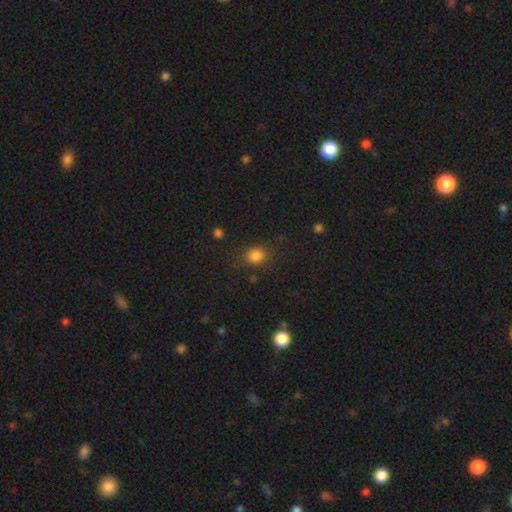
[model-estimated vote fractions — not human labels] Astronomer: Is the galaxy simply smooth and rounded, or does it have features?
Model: smooth — 82%.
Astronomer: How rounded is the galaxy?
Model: round — 66%.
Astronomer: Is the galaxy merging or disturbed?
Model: none — 80%.